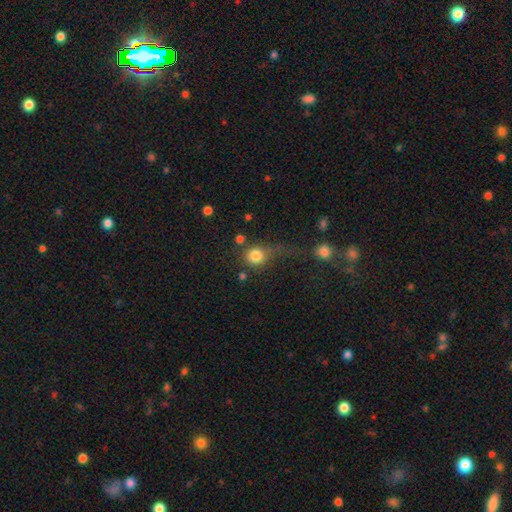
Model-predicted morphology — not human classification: smooth 80%, star or artifact 11%, featured or disk 9%. Down the decision tree: how rounded — round (83%); merging — none (44%).